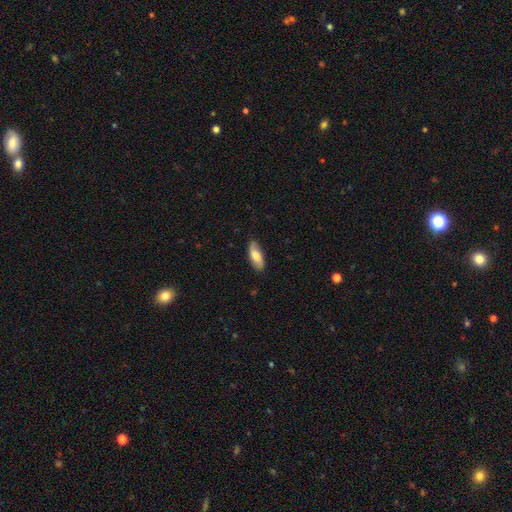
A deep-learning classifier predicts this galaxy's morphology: smooth 69%, featured or disk 25%, star or artifact 6%. Down the decision tree: how rounded — in between (78%); merging — none (84%).